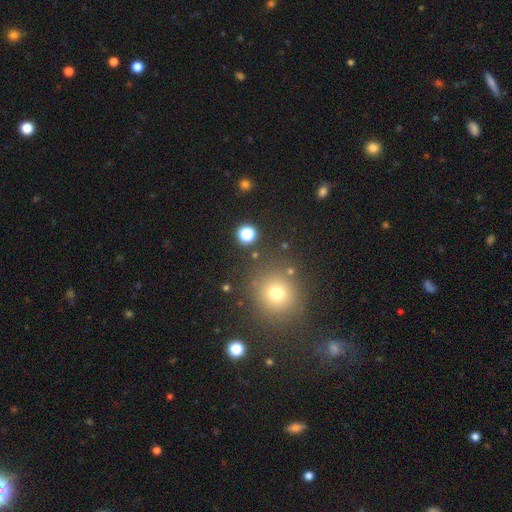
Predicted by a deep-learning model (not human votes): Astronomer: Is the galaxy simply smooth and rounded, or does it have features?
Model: smooth — 62%.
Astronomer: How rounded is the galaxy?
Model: round — 88%.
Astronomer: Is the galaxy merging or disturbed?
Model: none — 84%.